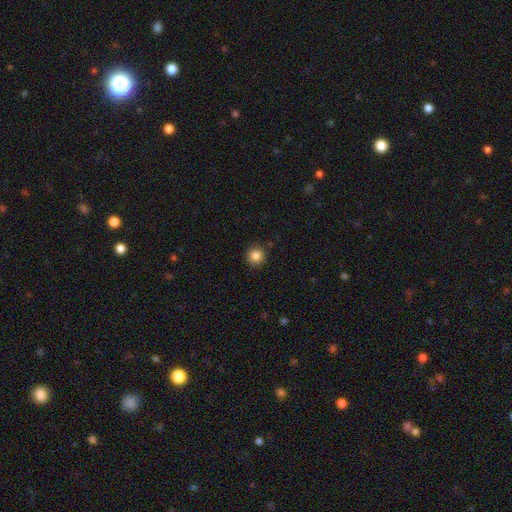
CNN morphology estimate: smooth-or-featured: smooth: 85% | star or artifact: 11% | featured or disk: 4%
  how-rounded: round: 94% | in between: 5% | cigar-shaped: 1%
  merging: none: 90% | minor disturbance: 7% | major disturbance: 2% | merger: 1%